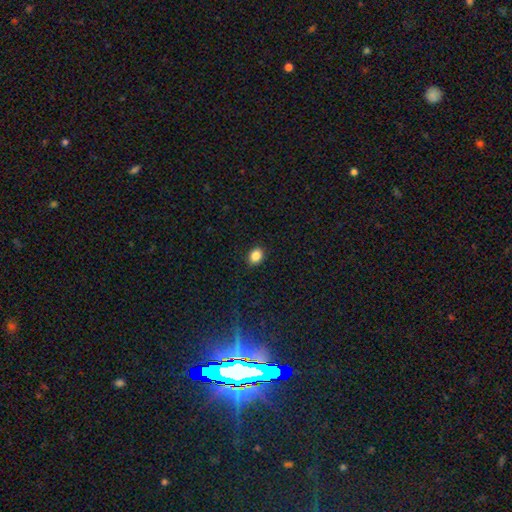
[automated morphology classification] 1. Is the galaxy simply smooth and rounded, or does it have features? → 86% smooth, 10% star or artifact, 4% featured or disk.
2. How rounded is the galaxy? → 62% in between, 37% round, 1% cigar-shaped.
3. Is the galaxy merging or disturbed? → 90% none, 7% minor disturbance, 2% major disturbance, 1% merger.